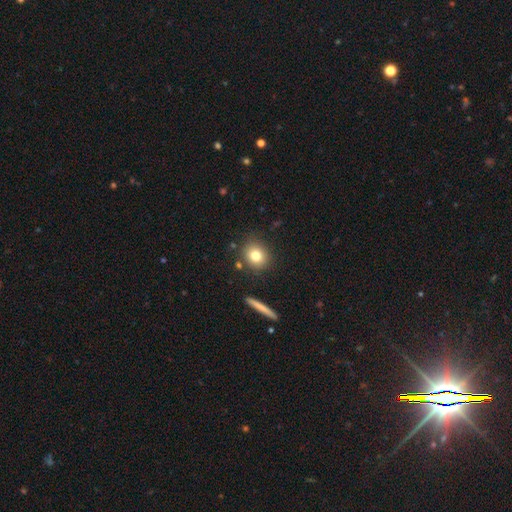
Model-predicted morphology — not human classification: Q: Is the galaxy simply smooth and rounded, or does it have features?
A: smooth — 78%.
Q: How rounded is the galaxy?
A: round — 83%.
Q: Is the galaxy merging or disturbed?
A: none — 85%.